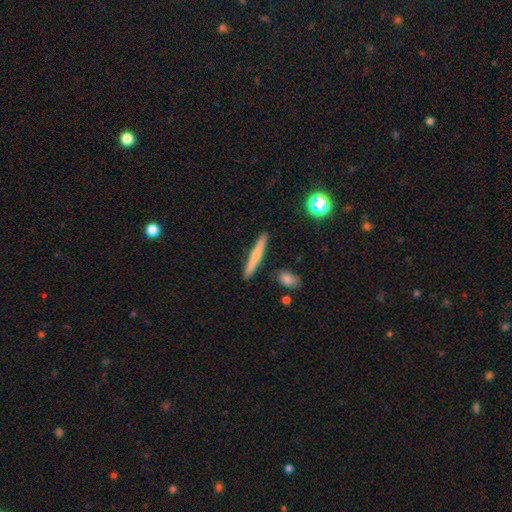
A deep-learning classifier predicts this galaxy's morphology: Smooth or featured? Predicted: smooth (p=0.62). How rounded? Predicted: cigar-shaped (p=0.95). Merging? Predicted: none (p=0.90).